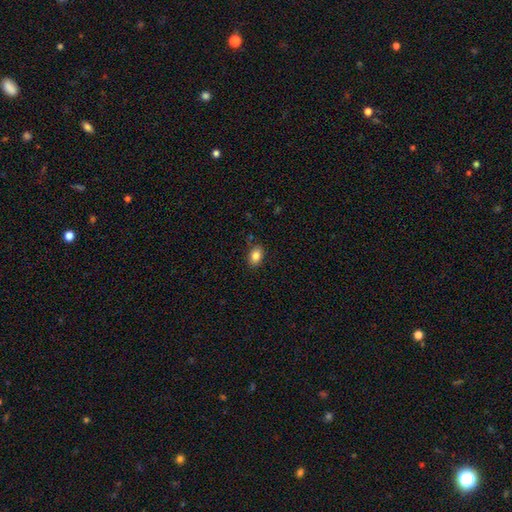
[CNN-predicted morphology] Overall: smooth (84%). How rounded: in between (81%). Merging: none (85%).